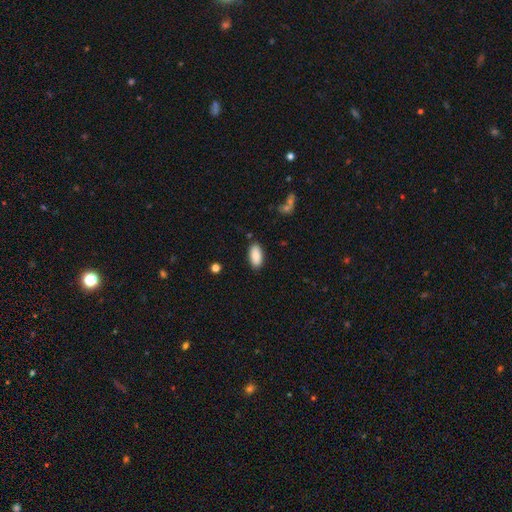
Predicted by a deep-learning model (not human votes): A smooth galaxy with no disk features (85%) that is in between round and cigar-shaped (92%).

Vote fractions:
- Smooth or featured? smooth: 85% / featured or disk: 8% / star or artifact: 7%
- How rounded? in between: 92% / cigar-shaped: 6% / round: 2%
- Merging? none: 86% / minor disturbance: 10% / major disturbance: 2% / merger: 2%